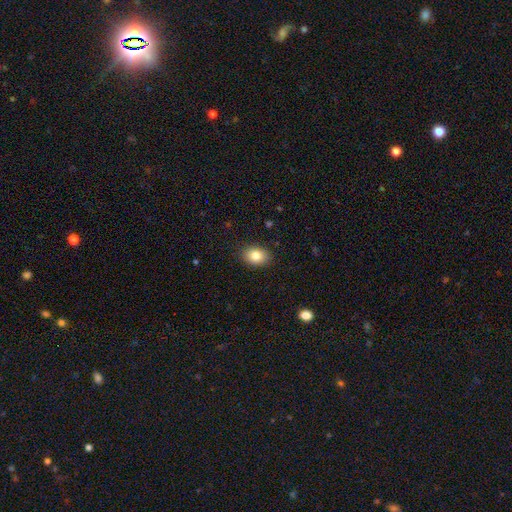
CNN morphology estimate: smooth_or_featured: smooth (p=0.83) [alt: star or artifact p=0.09]
how_rounded: in between (p=0.72) [alt: round p=0.27]
merging: none (p=0.88) [alt: minor disturbance p=0.09]